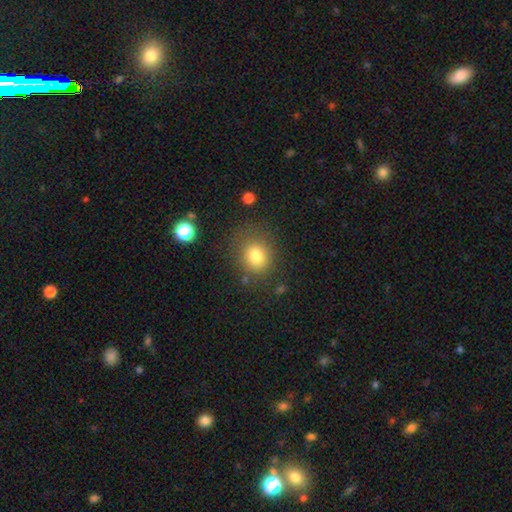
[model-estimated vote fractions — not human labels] smooth_or_featured: smooth (p=0.79) [alt: star or artifact p=0.12]
how_rounded: round (p=0.77) [alt: in between p=0.22]
merging: none (p=0.76) [alt: minor disturbance p=0.14]